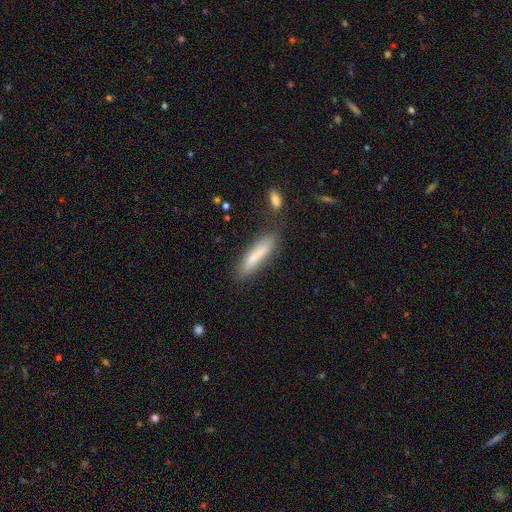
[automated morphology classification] This appears to be a smooth galaxy with no disk features (76%) that is cigar-shaped (83%). Merging: none (77%).